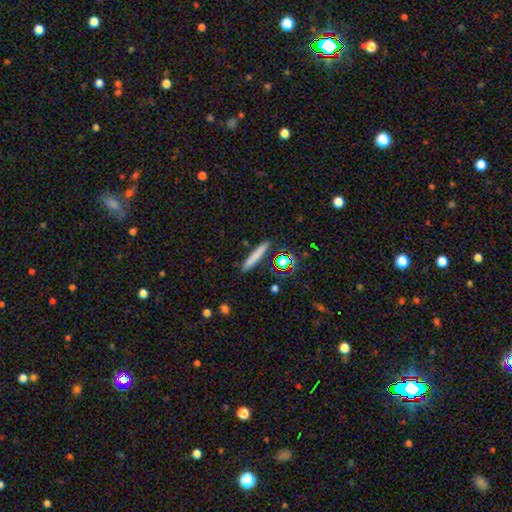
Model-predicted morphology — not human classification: Q: Smooth or featured?
A: smooth (73%); runner-up: featured or disk (16%)
Q: How rounded?
A: cigar-shaped (92%); runner-up: in between (5%)
Q: Merging?
A: none (86%); runner-up: minor disturbance (9%)